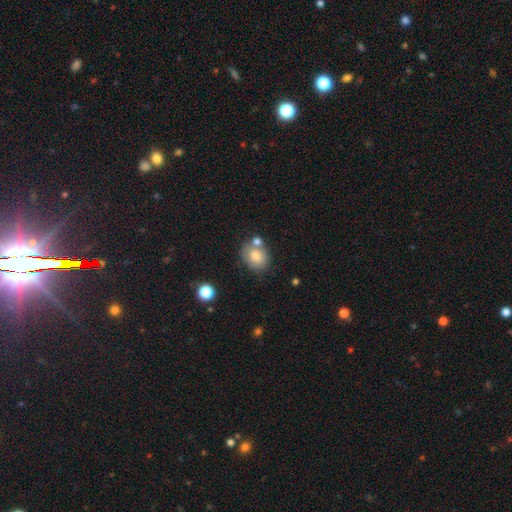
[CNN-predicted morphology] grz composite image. It shows a smooth galaxy with no disk features (76%) that is round (54%). Merging: none (61%).